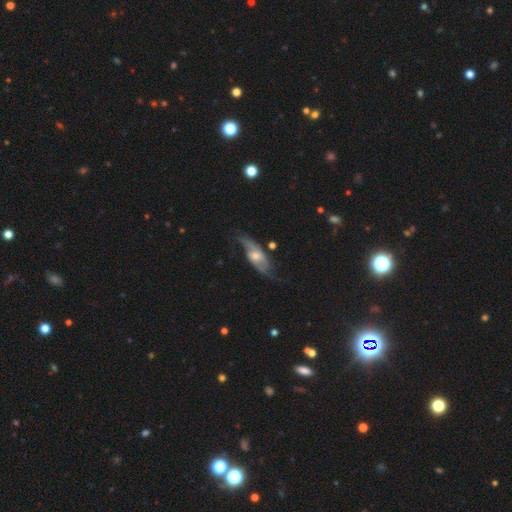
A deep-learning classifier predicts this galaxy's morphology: A featured or disk galaxy (75%) with no bar (52%), 2 (84%) loose (58%) spiral arms (89%) and a moderate central bulge (54%). Merging: none (60%).